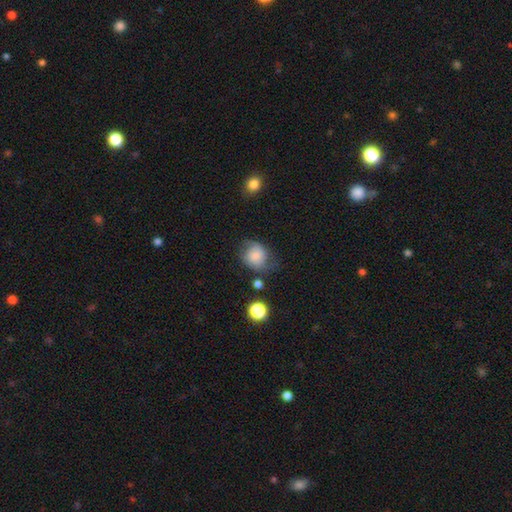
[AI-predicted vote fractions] smooth_or_featured: smooth (p=0.71) [alt: featured or disk p=0.20]
how_rounded: round (p=0.62) [alt: in between p=0.37]
merging: none (p=0.52) [alt: minor disturbance p=0.30]